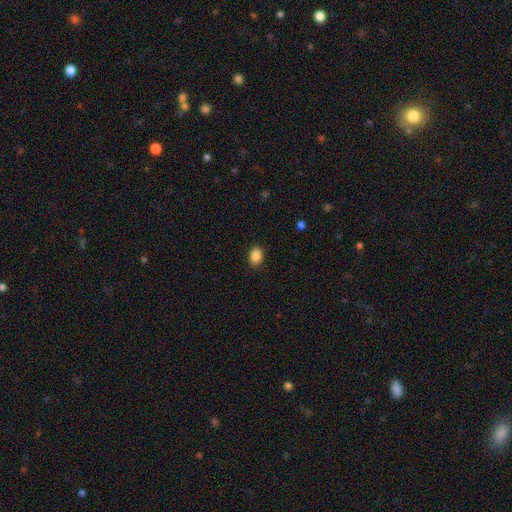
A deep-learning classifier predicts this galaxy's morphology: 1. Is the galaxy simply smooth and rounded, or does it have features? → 88% smooth, 9% star or artifact, 3% featured or disk.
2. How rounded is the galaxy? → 69% in between, 30% round, 1% cigar-shaped.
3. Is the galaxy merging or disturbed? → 89% none, 8% minor disturbance, 2% major disturbance, 1% merger.